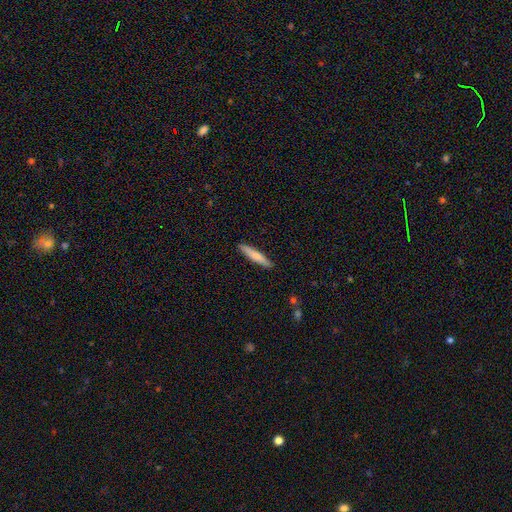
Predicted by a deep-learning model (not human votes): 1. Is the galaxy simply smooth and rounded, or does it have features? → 73% smooth, 22% featured or disk, 5% star or artifact.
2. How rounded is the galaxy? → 90% cigar-shaped, 9% in between, 1% round.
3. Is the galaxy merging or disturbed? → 89% none, 8% minor disturbance, 2% major disturbance, 1% merger.